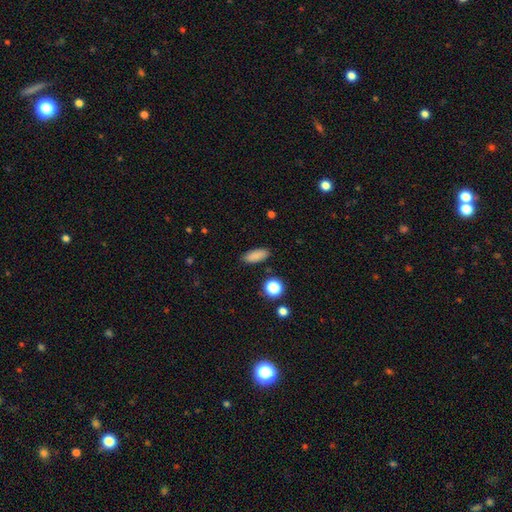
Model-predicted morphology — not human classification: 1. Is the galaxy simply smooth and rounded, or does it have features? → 85% smooth, 10% star or artifact, 5% featured or disk.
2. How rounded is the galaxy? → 73% in between, 22% cigar-shaped, 5% round.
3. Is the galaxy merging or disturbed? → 87% none, 9% minor disturbance, 2% major disturbance, 2% merger.